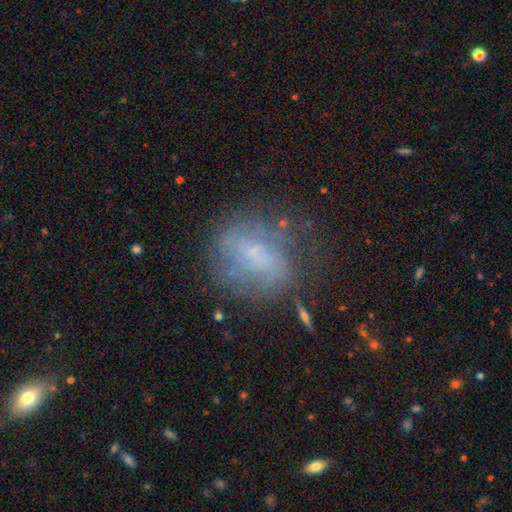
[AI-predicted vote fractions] A featured or disk galaxy (48%).

Vote fractions:
- Smooth or featured? featured or disk: 48% / smooth: 39% / star or artifact: 13%
- Merging? none: 54% / minor disturbance: 23% / major disturbance: 19% / merger: 4%